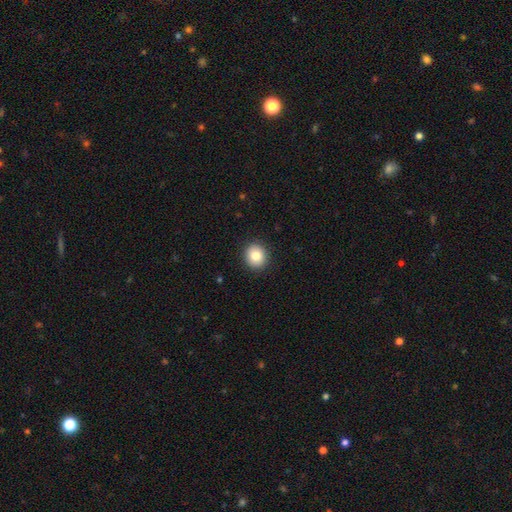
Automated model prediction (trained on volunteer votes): smooth 84%, star or artifact 9%, featured or disk 8%. Down the decision tree: how rounded — round (81%); merging — none (92%).